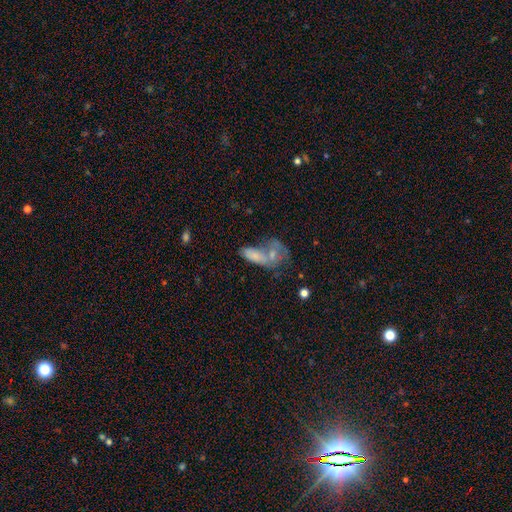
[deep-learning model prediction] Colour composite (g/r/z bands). It shows a smooth galaxy with no disk features (71%) that is in between round and cigar-shaped (76%). Merging: merger (56%).